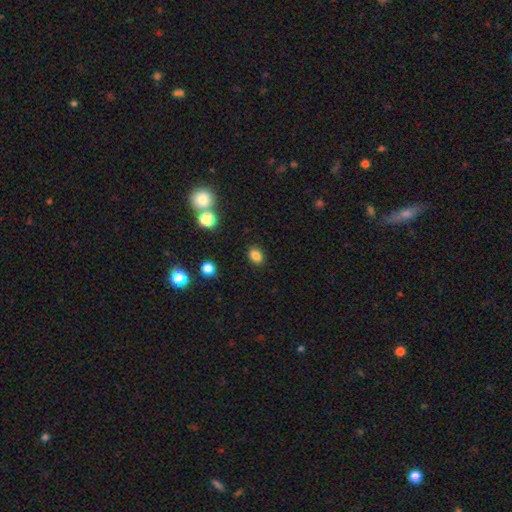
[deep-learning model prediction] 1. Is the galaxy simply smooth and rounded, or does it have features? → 82% smooth, 12% star or artifact, 5% featured or disk.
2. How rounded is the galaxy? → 67% in between, 32% round, 1% cigar-shaped.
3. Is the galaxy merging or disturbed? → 87% none, 8% minor disturbance, 2% major disturbance, 2% merger.